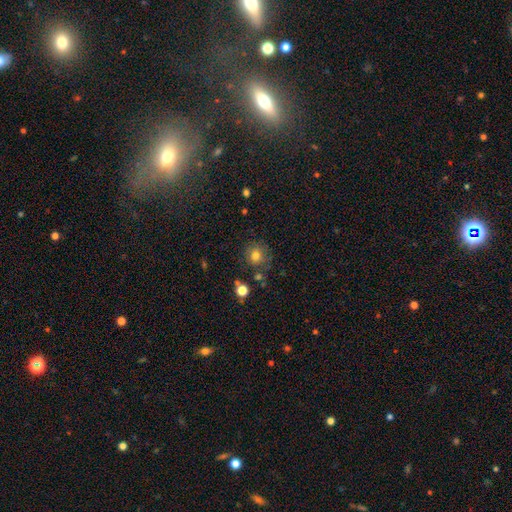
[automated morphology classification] Smooth or featured: smooth — 77% (star or artifact — 13%)
How rounded: round — 85% (in between — 14%)
Merging: none — 76% (minor disturbance — 14%)